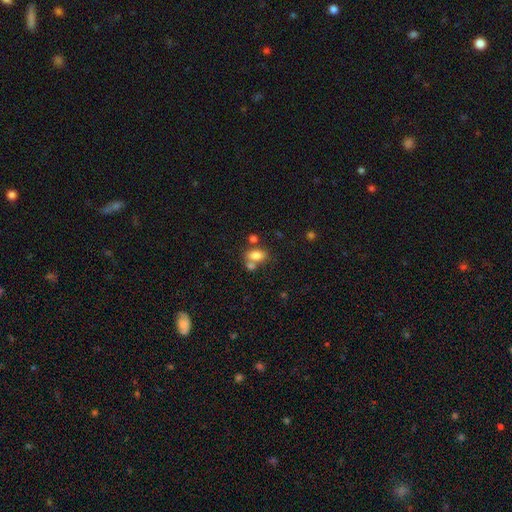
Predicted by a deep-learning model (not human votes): Morphology: type=smooth (80%); roundness=in between (86%); merging=none (48%).